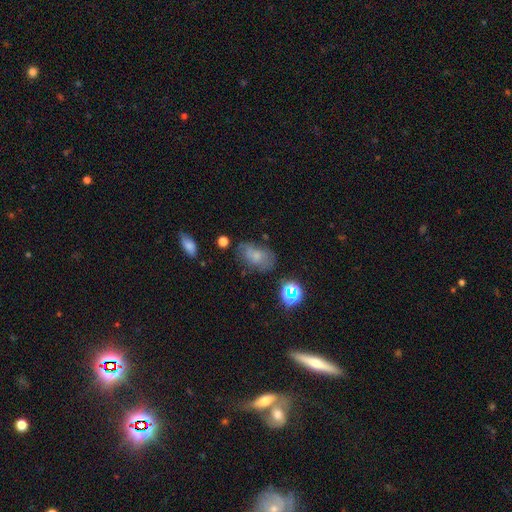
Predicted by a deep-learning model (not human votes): Q: Smooth or featured?
A: smooth (57%); runner-up: featured or disk (28%)
Q: How rounded?
A: in between (86%); runner-up: round (12%)
Q: Merging?
A: none (53%); runner-up: minor disturbance (29%)